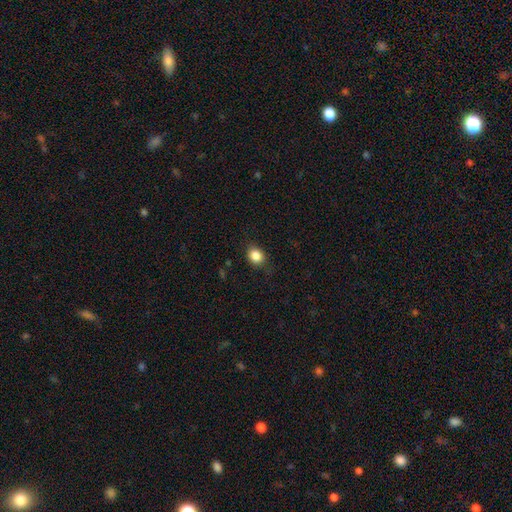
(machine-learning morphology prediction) The model was most divided on "how rounded": round: 58%, in between: 41%, cigar-shaped: 1%. More confident: smooth or featured — smooth (85%); merging — none (82%).